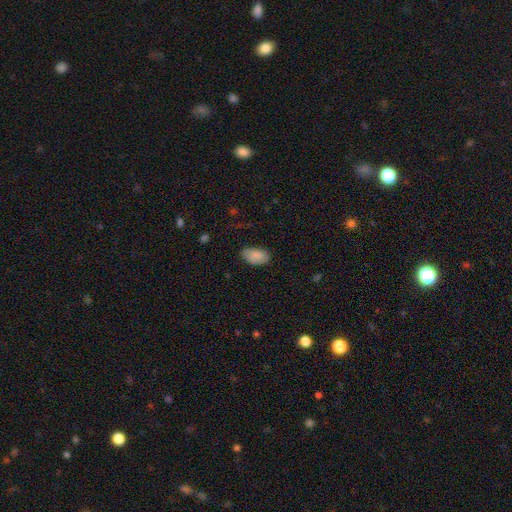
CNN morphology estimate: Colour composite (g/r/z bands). It shows a smooth galaxy with no disk features (86%) that is in between round and cigar-shaped (94%). Merging: none (78%).